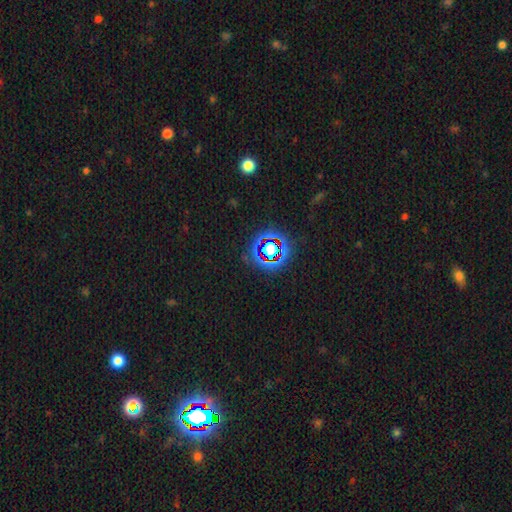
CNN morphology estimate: type=star or artifact (77%).